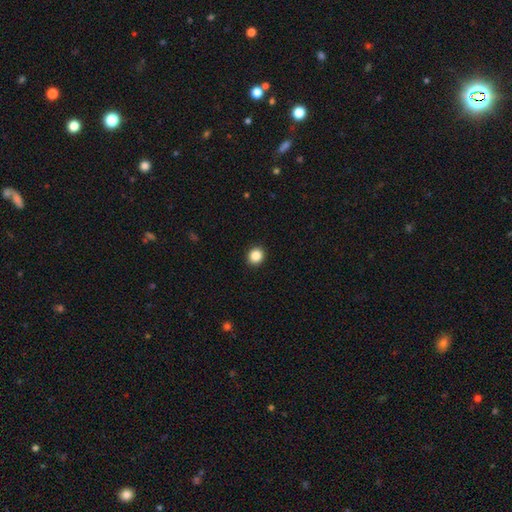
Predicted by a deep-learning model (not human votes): Smooth or featured? Predicted: smooth (p=0.86). How rounded? Predicted: round (p=0.89). Merging? Predicted: none (p=0.93).